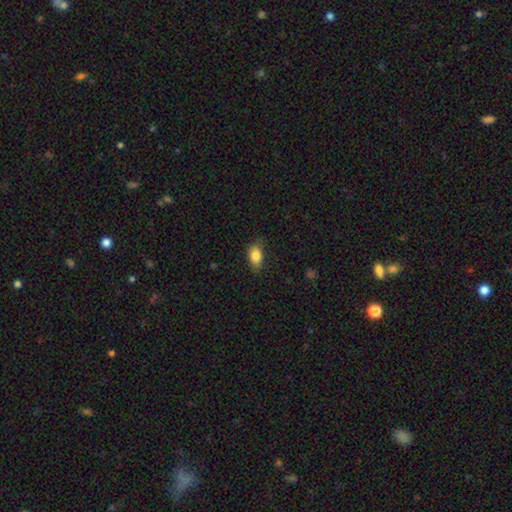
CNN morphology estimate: A smooth galaxy with no disk features (84%) that is in between round and cigar-shaped (86%).

Vote fractions:
- Smooth or featured? smooth: 84% / featured or disk: 8% / star or artifact: 8%
- How rounded? in between: 86% / round: 10% / cigar-shaped: 3%
- Merging? none: 75% / minor disturbance: 20% / major disturbance: 4% / merger: 1%